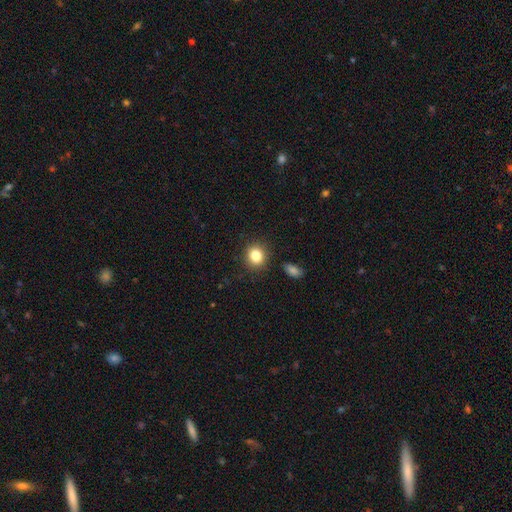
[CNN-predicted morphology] Smooth or featured?
  - smooth: 83% *
  - star or artifact: 10%
  - featured or disk: 6%
How rounded?
  - round: 77% *
  - in between: 22%
  - cigar-shaped: 1%
Merging?
  - none: 88% *
  - minor disturbance: 8%
  - major disturbance: 2%
  - merger: 2%